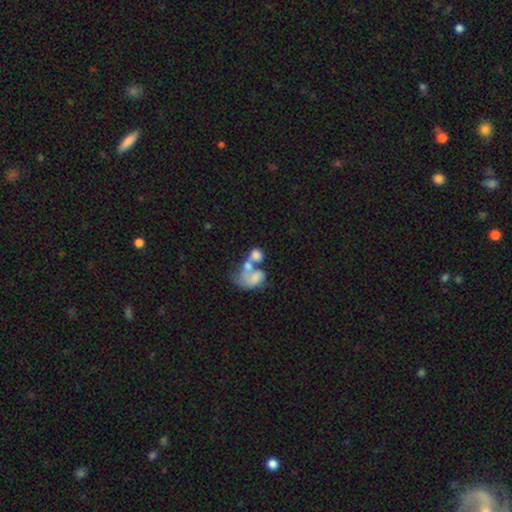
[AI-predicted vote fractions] Smooth or featured? Predicted: smooth (p=0.56). How rounded? Predicted: in between (p=0.65). Merging? Predicted: merger (p=0.64).